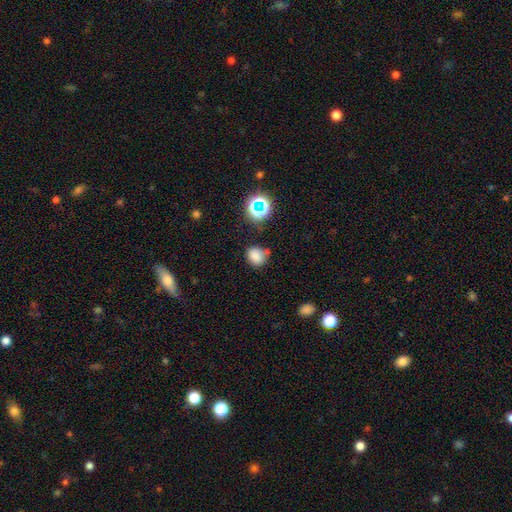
A smooth galaxy with no disk features (87%) that is round (62%).

Vote fractions:
- Smooth or featured? smooth: 87% / star or artifact: 8% / featured or disk: 5%
- How rounded? round: 62% / in between: 35% / cigar-shaped: 3%
- Merging? none: 83% / merger: 11% / minor disturbance: 3% / major disturbance: 3%